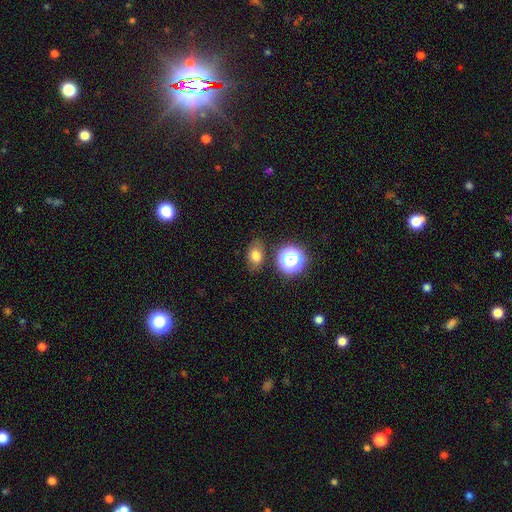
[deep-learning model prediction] A smooth galaxy with no disk features (73%) that is in between round and cigar-shaped (72%).

Vote fractions:
- Smooth or featured? smooth: 73% / star or artifact: 15% / featured or disk: 12%
- How rounded? in between: 72% / round: 27% / cigar-shaped: 2%
- Merging? none: 76% / minor disturbance: 15% / major disturbance: 5% / merger: 4%